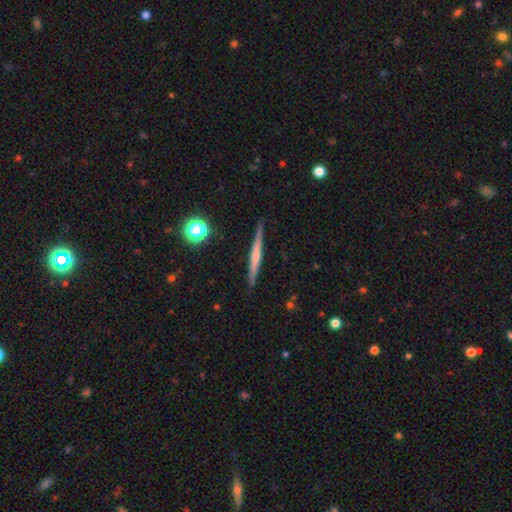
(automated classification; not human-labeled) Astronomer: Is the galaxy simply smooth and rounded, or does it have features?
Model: featured or disk — 58% (runner-up: smooth, 35%).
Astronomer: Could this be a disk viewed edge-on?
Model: yes — 98%.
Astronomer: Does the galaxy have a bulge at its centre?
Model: none — 47% (runner-up: rounded, 43%).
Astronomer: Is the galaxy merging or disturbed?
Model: none — 90%.